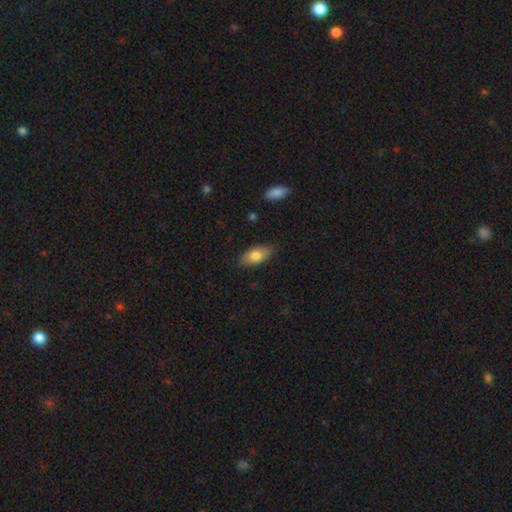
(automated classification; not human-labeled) Overall: smooth (79%). How rounded: in between (90%). Merging: none (83%).